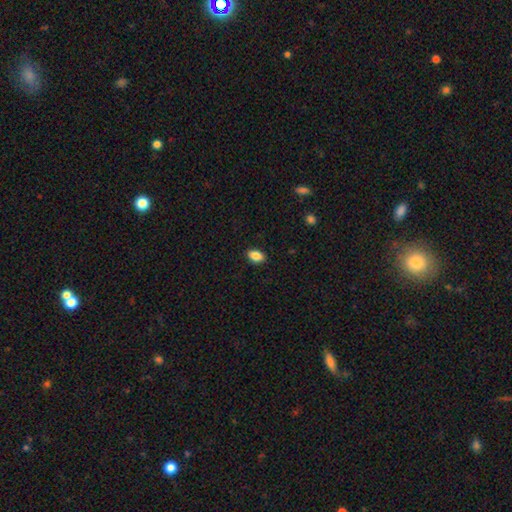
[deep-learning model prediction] smooth-or-featured: smooth: 87% | star or artifact: 8% | featured or disk: 5%
  how-rounded: in between: 87% | round: 11% | cigar-shaped: 2%
  merging: none: 89% | minor disturbance: 8% | major disturbance: 2% | merger: 1%